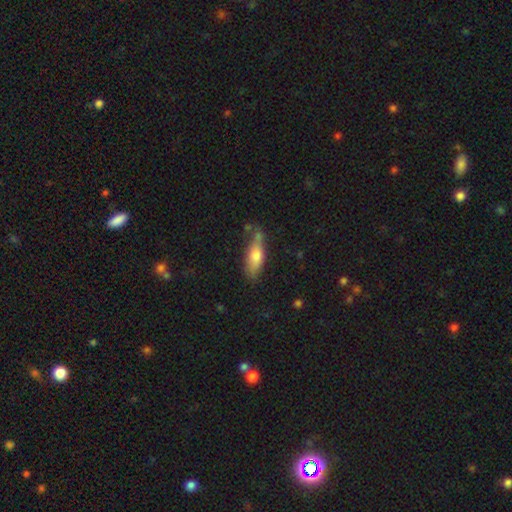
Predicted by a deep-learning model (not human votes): smooth-or-featured: smooth: 71% | featured or disk: 22% | star or artifact: 7%
  how-rounded: in between: 58% | cigar-shaped: 40% | round: 3%
  merging: none: 60% | minor disturbance: 25% | merger: 9% | major disturbance: 7%